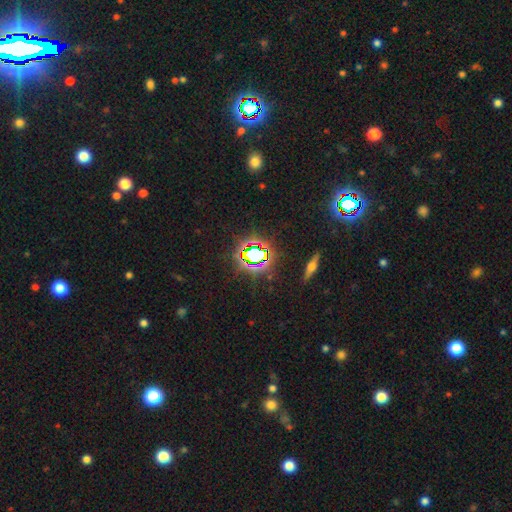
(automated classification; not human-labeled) smooth-or-featured: star or artifact: 73% | smooth: 16% | featured or disk: 12%